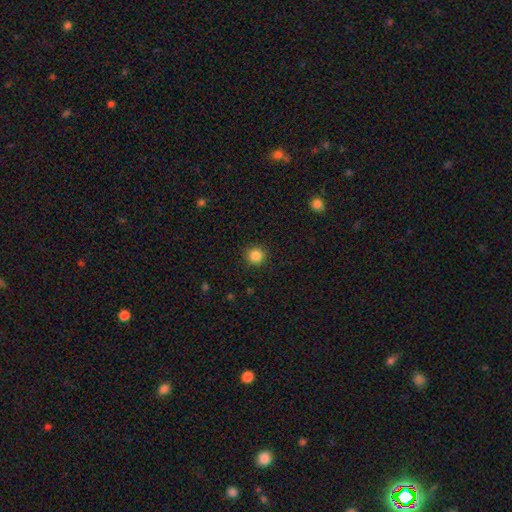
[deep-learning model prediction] This appears to be a smooth galaxy with no disk features (86%) that is round (94%). Merging: none (91%).